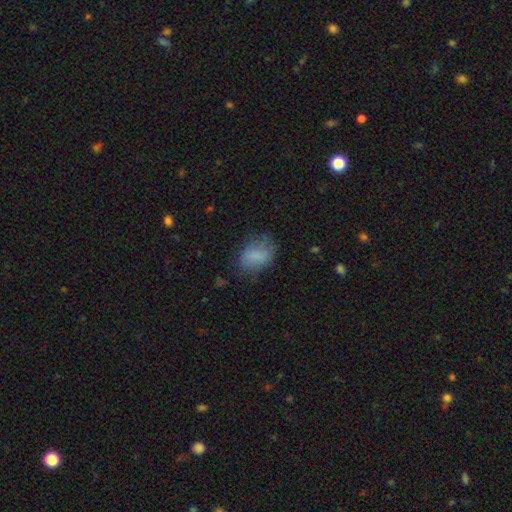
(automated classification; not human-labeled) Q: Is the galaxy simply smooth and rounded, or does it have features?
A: smooth — 78%.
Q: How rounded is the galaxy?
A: in between — 80%.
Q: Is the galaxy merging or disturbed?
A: none — 63%.